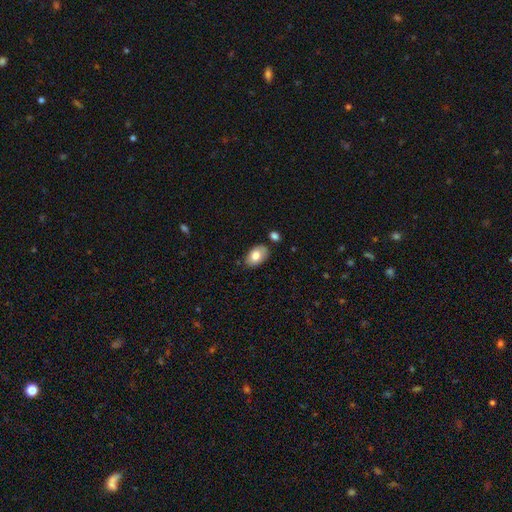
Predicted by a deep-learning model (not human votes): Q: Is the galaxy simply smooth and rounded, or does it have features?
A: smooth — 79%.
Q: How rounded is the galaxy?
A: in between — 90%.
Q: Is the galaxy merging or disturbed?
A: none — 76%.